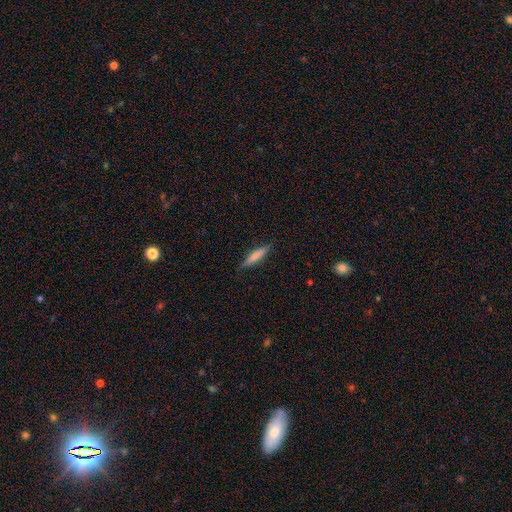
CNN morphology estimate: The model was most divided on "smooth or featured": smooth: 73%, featured or disk: 21%, star or artifact: 6%. More confident: how rounded — cigar-shaped (87%); merging — none (85%).